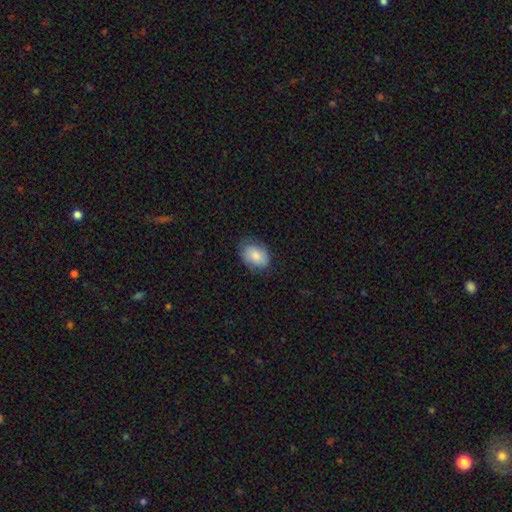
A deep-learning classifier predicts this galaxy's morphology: smooth-or-featured: smooth: 80% | featured or disk: 13% | star or artifact: 7%
  how-rounded: in between: 81% | round: 18% | cigar-shaped: 1%
  merging: none: 76% | minor disturbance: 19% | major disturbance: 5% | merger: 1%